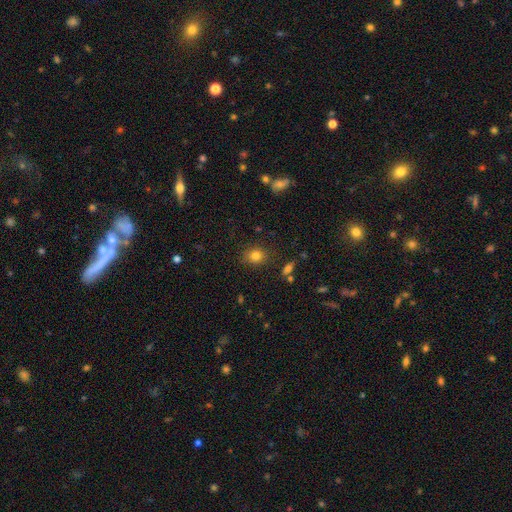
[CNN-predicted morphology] Smooth or featured?
  - smooth: 80% *
  - star or artifact: 12%
  - featured or disk: 7%
How rounded?
  - round: 68% *
  - in between: 30%
  - cigar-shaped: 1%
Merging?
  - none: 84% *
  - minor disturbance: 11%
  - major disturbance: 3%
  - merger: 2%